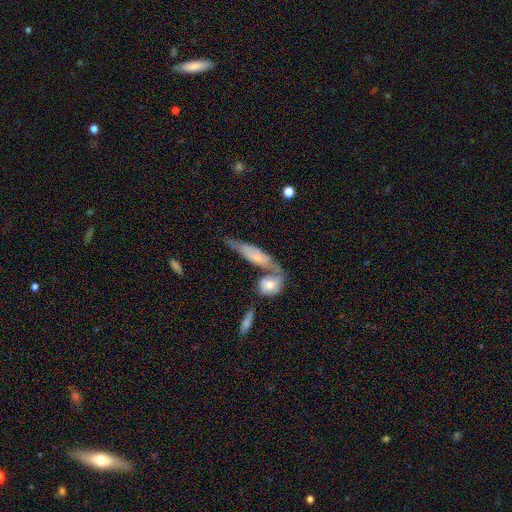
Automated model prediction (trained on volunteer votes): Q: Smooth or featured?
A: smooth (47%); runner-up: featured or disk (46%)
Q: Merging?
A: merger (40%); runner-up: none (32%)